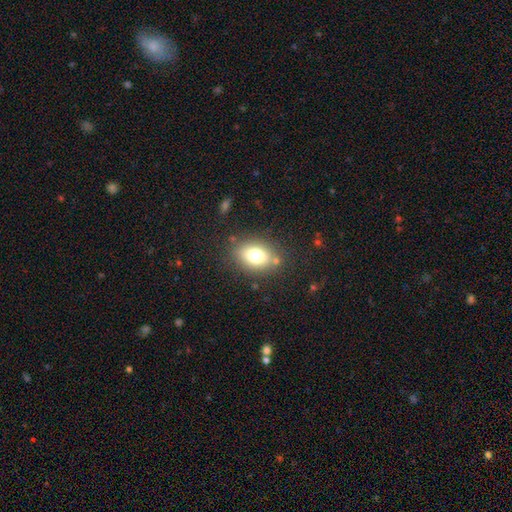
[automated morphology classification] A smooth galaxy with no disk features (75%) that is in between round and cigar-shaped (72%). Merging: none (79%).